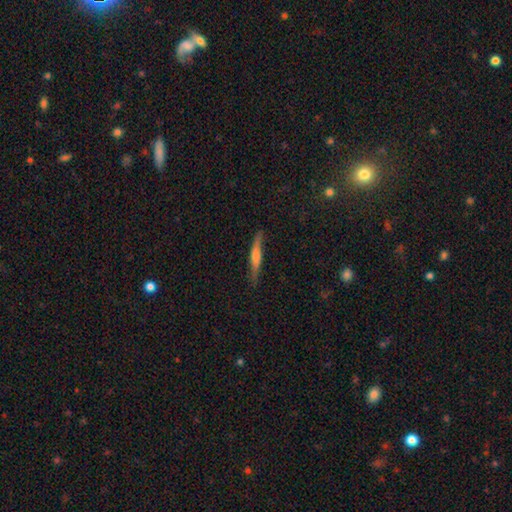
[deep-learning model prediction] Morphology: type=featured or disk (64%); edge-on=yes (96%); edge-on bulge=rounded (67%); merging=none (87%).